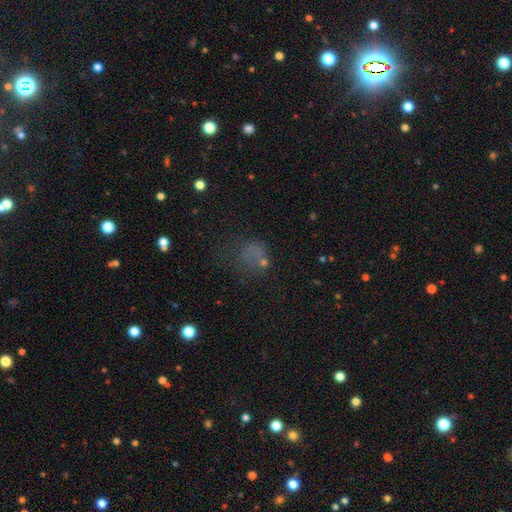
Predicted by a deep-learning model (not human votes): Smooth or featured: smooth — 53% (star or artifact — 29%)
How rounded: round — 59% (in between — 39%)
Merging: none — 42% (major disturbance — 31%)